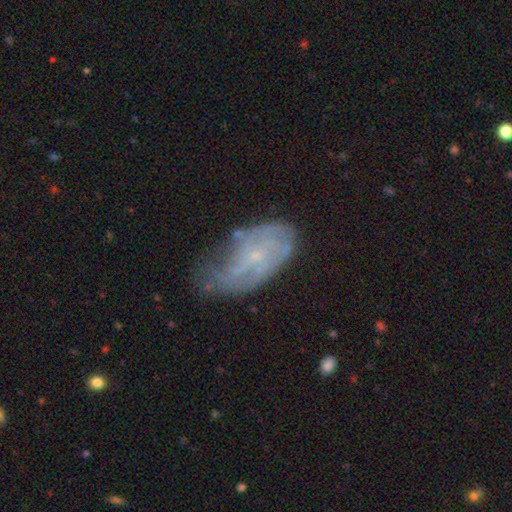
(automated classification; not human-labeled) smooth-or-featured: featured or disk: 62% | smooth: 28% | star or artifact: 10%
  disk-edge-on: no: 94% | yes: 6%
    bar: no: 71% | weak: 25% | strong: 5%
    has-spiral-arms: yes: 69% | no: 31%
    bulge-size: small: 79% | moderate: 10% | none: 9% | large: 1% | dominant: 1%
  merging: none: 40% | minor disturbance: 36% | major disturbance: 22% | merger: 3%